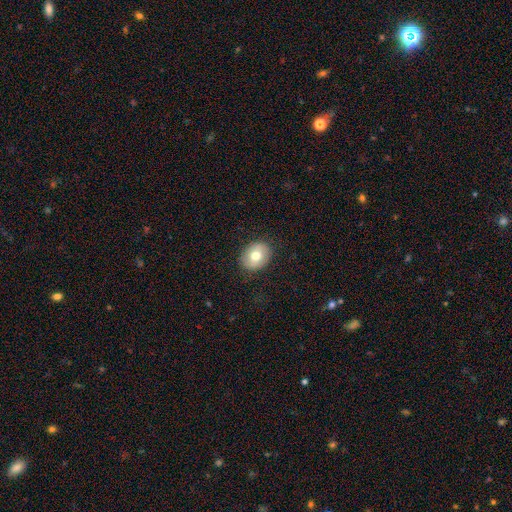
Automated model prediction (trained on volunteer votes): Morphology: type=smooth (72%); roundness=in between (54%); merging=none (87%).